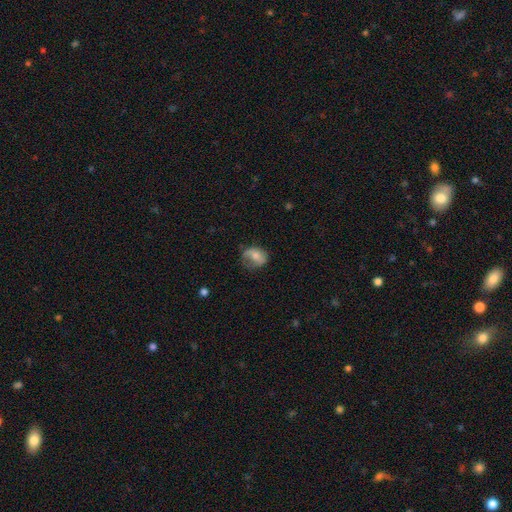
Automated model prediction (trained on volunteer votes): smooth-or-featured: smooth: 64% | featured or disk: 28% | star or artifact: 8%
  how-rounded: in between: 55% | round: 43% | cigar-shaped: 1%
  merging: none: 48% | minor disturbance: 32% | major disturbance: 19% | merger: 2%